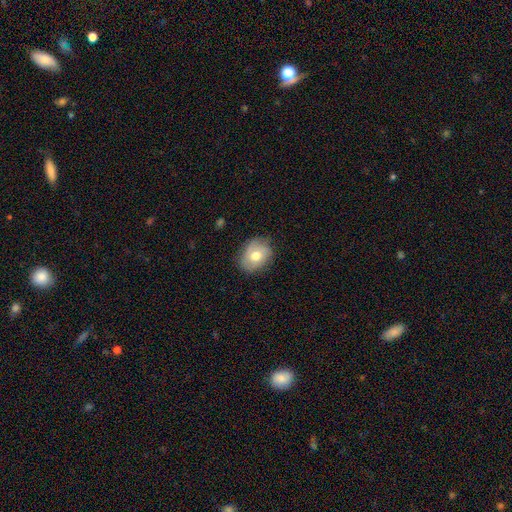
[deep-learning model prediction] The model was most divided on "how rounded": in between: 58%, round: 41%, cigar-shaped: 1%. More confident: merging — none (72%); smooth or featured — smooth (62%).